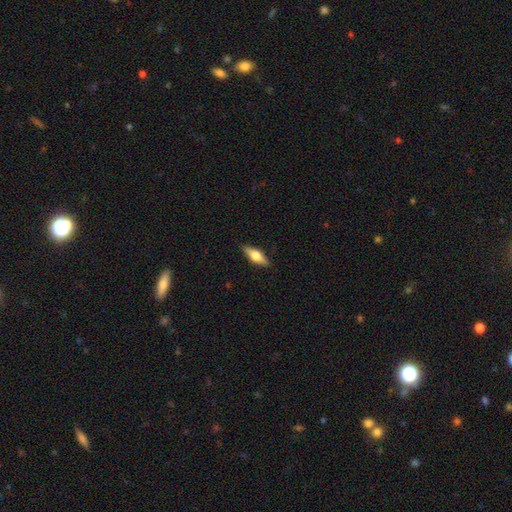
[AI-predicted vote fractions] featured or disk 49%, smooth 45%, star or artifact 6%. Down the decision tree: merging — none (88%).